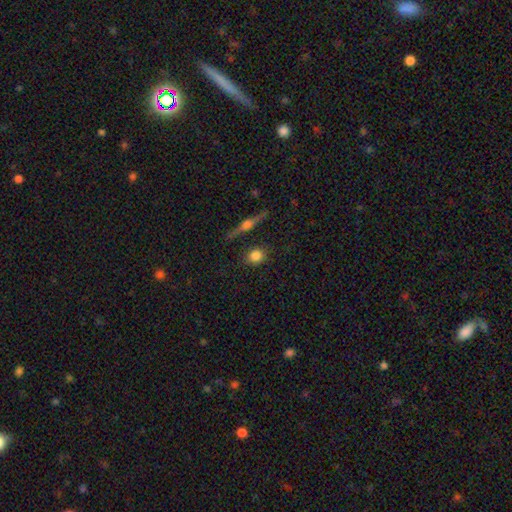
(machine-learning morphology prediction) Smooth or featured? Predicted: smooth (p=0.78). How rounded? Predicted: round (p=0.73). Merging? Predicted: none (p=0.83).